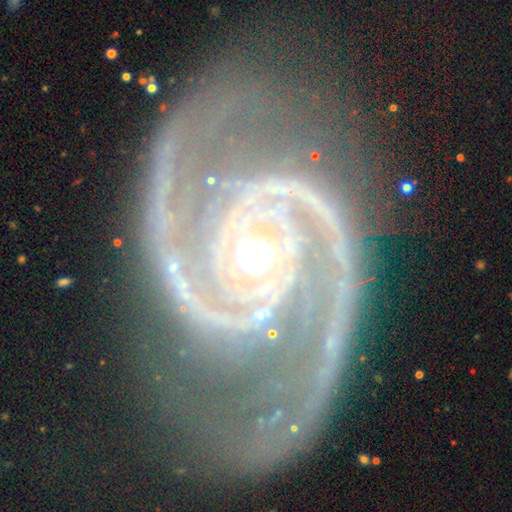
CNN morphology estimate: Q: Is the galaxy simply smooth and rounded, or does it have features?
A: featured or disk — 94%.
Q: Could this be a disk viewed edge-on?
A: no — 98%.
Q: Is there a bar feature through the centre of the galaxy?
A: no — 54%.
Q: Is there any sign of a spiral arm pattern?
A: yes — 99%.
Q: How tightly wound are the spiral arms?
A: medium — 50%.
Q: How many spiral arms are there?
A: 2 — 92%.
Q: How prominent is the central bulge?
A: moderate — 47%, tied with small.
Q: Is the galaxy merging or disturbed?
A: none — 75%.